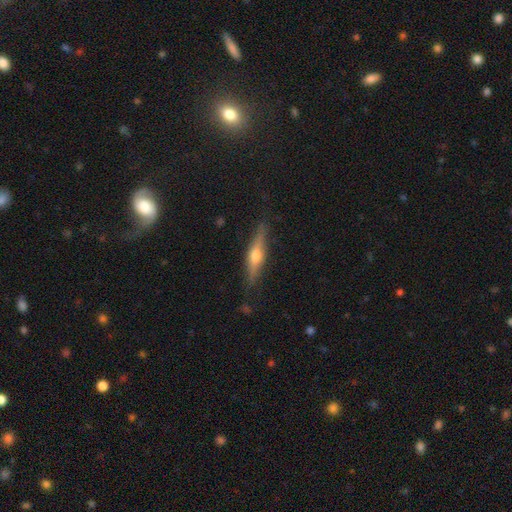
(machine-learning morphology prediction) A featured or disk galaxy (62%) viewed edge-on (94%) with a rounded central bulge (92%).

Vote fractions:
- Smooth or featured? featured or disk: 62% / smooth: 31% / star or artifact: 7%
- Edge-on disk? yes: 94% / no: 6%
- Edge-on bulge? rounded: 92% / boxy: 4% / none: 4%
- Merging? none: 84% / minor disturbance: 12% / major disturbance: 2% / merger: 1%